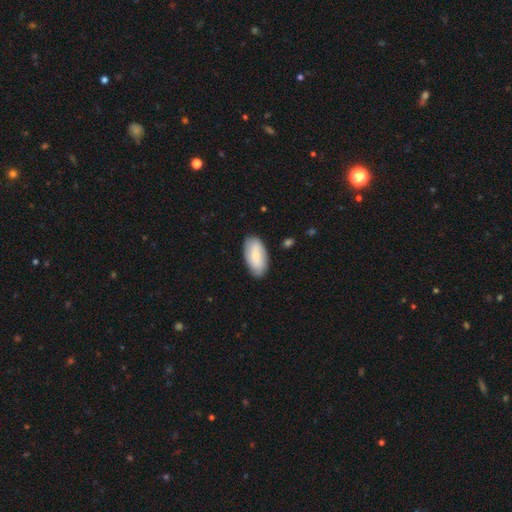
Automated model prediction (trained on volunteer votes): smooth 72%, featured or disk 23%, star or artifact 6%. Down the decision tree: how rounded — in between (94%); merging — none (84%).